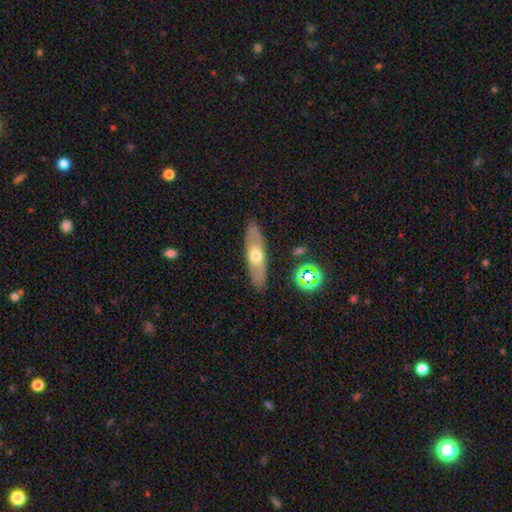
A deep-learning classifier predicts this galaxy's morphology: This is possibly a featured or disk galaxy (51%). It is possibly not viewed edge-on (57%). Merging: clearly none (86%).